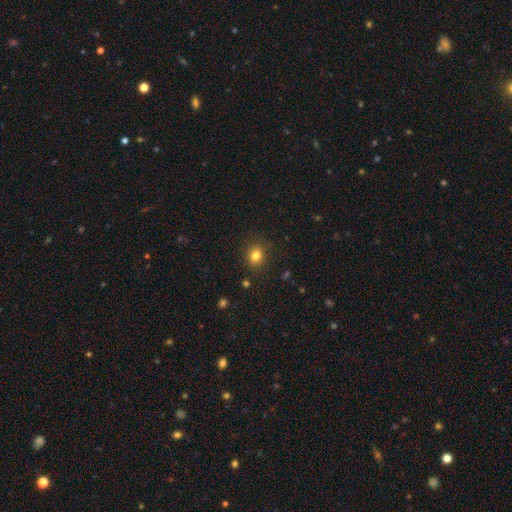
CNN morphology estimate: Smooth or featured: smooth — 81% (star or artifact — 13%)
How rounded: round — 69% (in between — 30%)
Merging: none — 87% (minor disturbance — 8%)